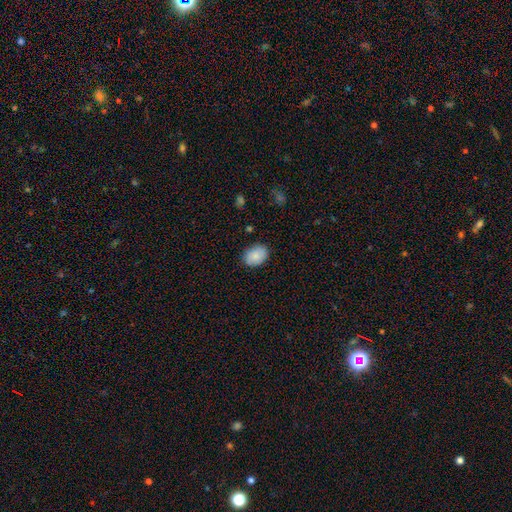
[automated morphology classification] Smooth or featured?
  - smooth: 84% *
  - featured or disk: 9%
  - star or artifact: 7%
How rounded?
  - in between: 72% *
  - round: 27%
  - cigar-shaped: 1%
Merging?
  - none: 83% *
  - minor disturbance: 13%
  - major disturbance: 2%
  - merger: 1%